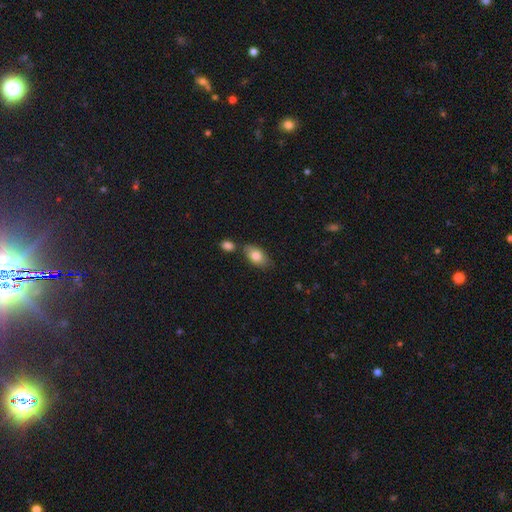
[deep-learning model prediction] smooth_or_featured: smooth (p=0.81) [alt: featured or disk p=0.12]
how_rounded: in between (p=0.91) [alt: round p=0.07]
merging: none (p=0.63) [alt: merger p=0.17]